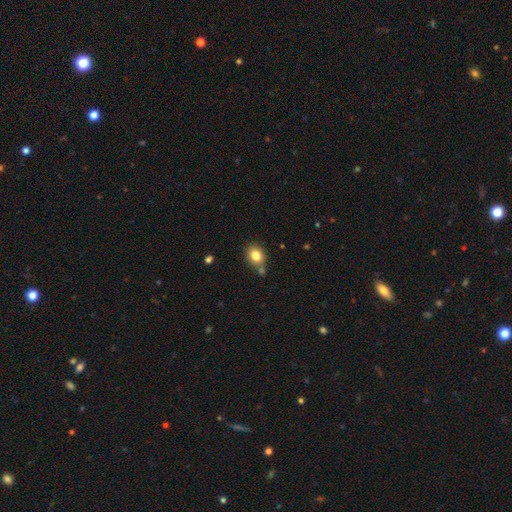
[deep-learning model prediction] Morphology: type=smooth (82%); roundness=round (52%); merging=none (67%).